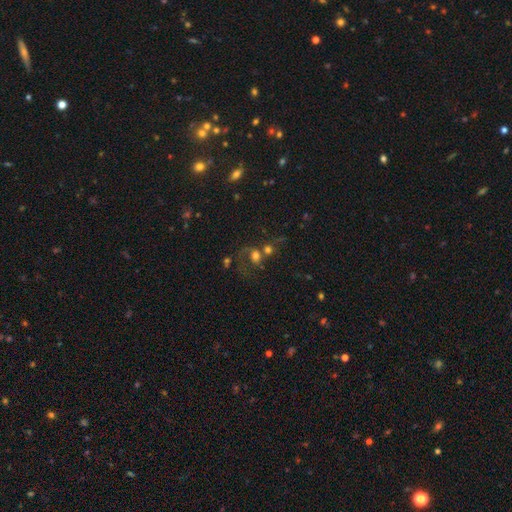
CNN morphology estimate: This appears to be a smooth galaxy with no disk features (52%) that is round (69%). Merging: merger (55%).